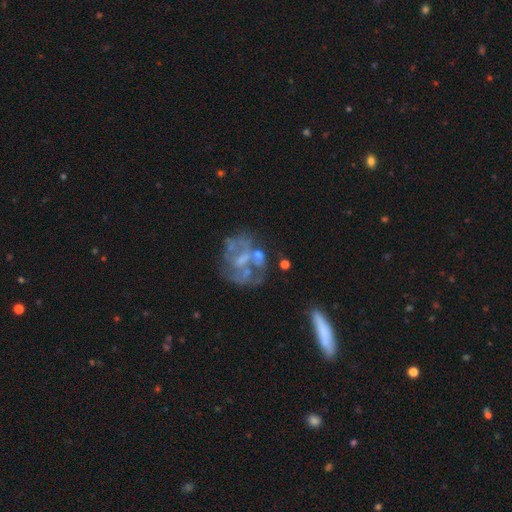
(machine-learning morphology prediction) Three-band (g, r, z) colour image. It shows a featured or disk galaxy (70%) with no bar (63%), no spiral arms (66%) and no central bulge (40%). Merging: none (47%).